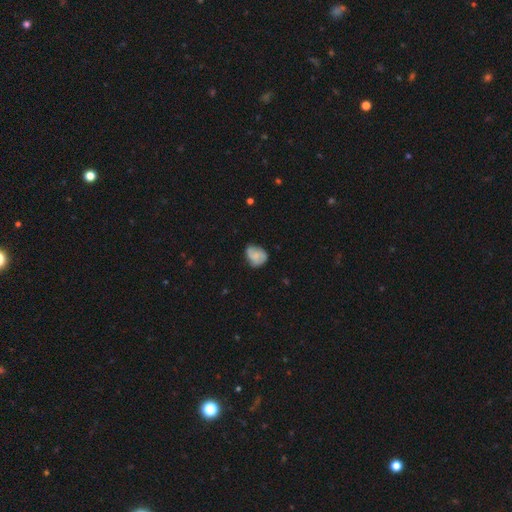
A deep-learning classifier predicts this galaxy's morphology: smooth_or_featured: smooth (p=0.57) [alt: featured or disk p=0.35]
how_rounded: in between (p=0.53) [alt: round p=0.46]
merging: none (p=0.58) [alt: minor disturbance p=0.31]